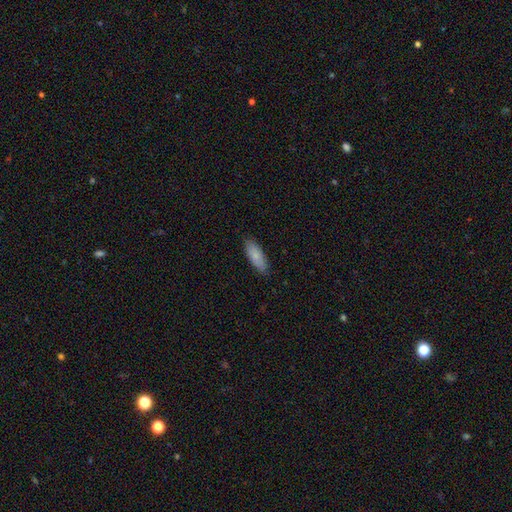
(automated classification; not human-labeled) A smooth galaxy with no disk features (83%) that is in between round and cigar-shaped (72%). Merging: none (85%).